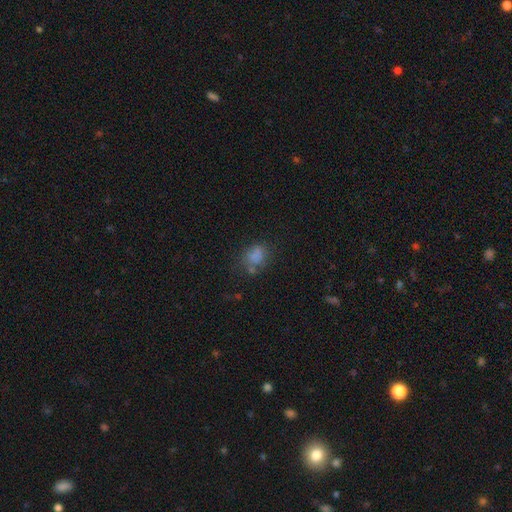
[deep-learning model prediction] smooth-or-featured: smooth: 74% | star or artifact: 14% | featured or disk: 12%
  how-rounded: in between: 52% | round: 47% | cigar-shaped: 1%
  merging: none: 54% | minor disturbance: 23% | major disturbance: 13% | merger: 11%